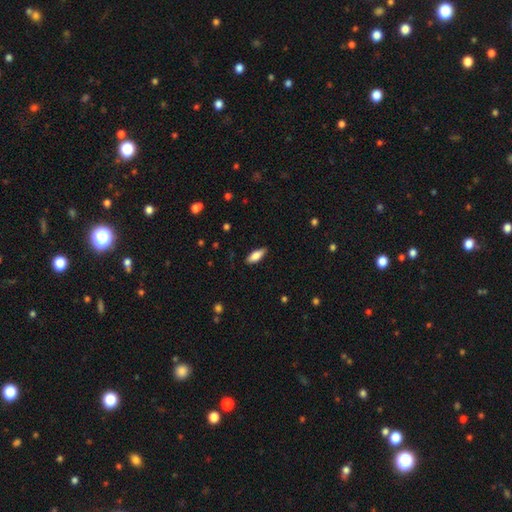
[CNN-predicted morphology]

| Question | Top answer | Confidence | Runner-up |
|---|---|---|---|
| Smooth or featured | smooth | 78% | featured or disk (16%) |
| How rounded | in between | 71% | cigar-shaped (27%) |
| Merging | none | 84% | minor disturbance (12%) |